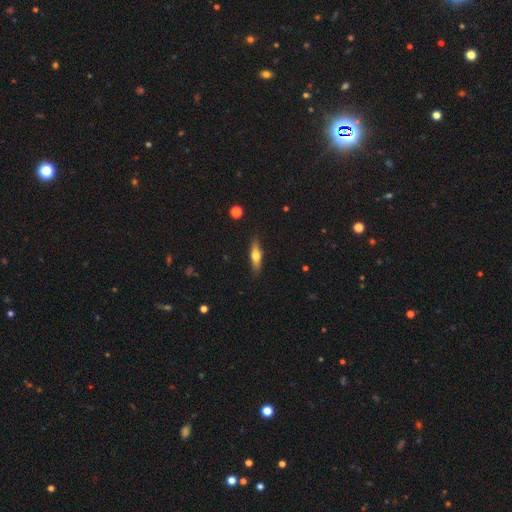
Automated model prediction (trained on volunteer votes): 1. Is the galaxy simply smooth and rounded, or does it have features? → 50% smooth, 44% featured or disk, 6% star or artifact.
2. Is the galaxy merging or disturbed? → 87% none, 9% minor disturbance, 2% major disturbance, 1% merger.